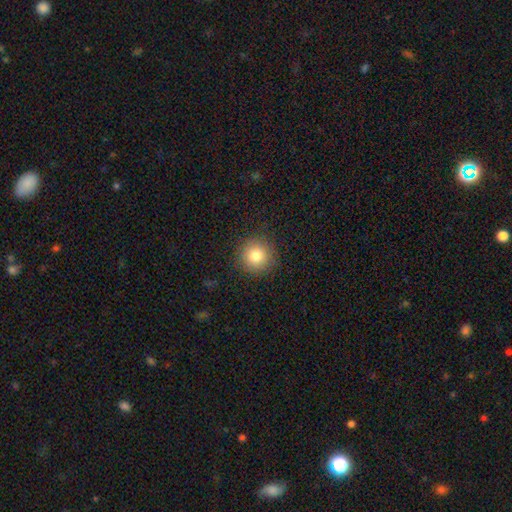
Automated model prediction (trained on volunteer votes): A smooth galaxy with no disk features (83%) that is round (94%).

Vote fractions:
- Smooth or featured? smooth: 83% / star or artifact: 10% / featured or disk: 7%
- How rounded? round: 94% / in between: 5% / cigar-shaped: 1%
- Merging? none: 90% / minor disturbance: 7% / major disturbance: 2% / merger: 1%